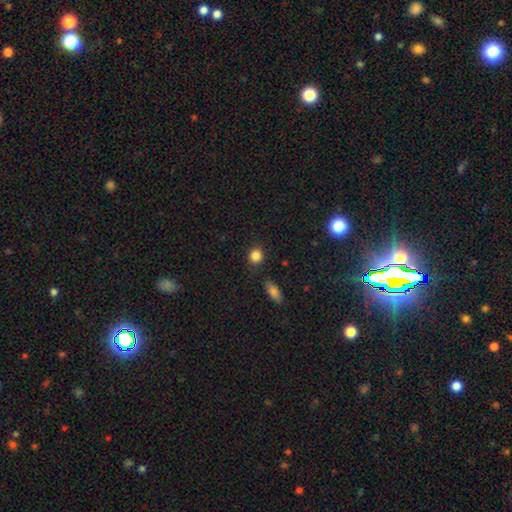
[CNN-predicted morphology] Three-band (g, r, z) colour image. It shows a smooth galaxy with no disk features (85%) that is round (82%). Merging: none (85%).